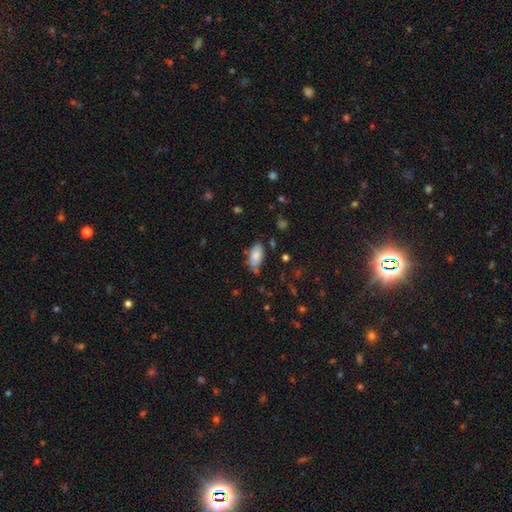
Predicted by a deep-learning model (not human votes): Smooth or featured?
  - smooth: 83% *
  - featured or disk: 10%
  - star or artifact: 7%
How rounded?
  - in between: 91% *
  - cigar-shaped: 7%
  - round: 2%
Merging?
  - none: 61% *
  - minor disturbance: 28%
  - major disturbance: 7%
  - merger: 4%